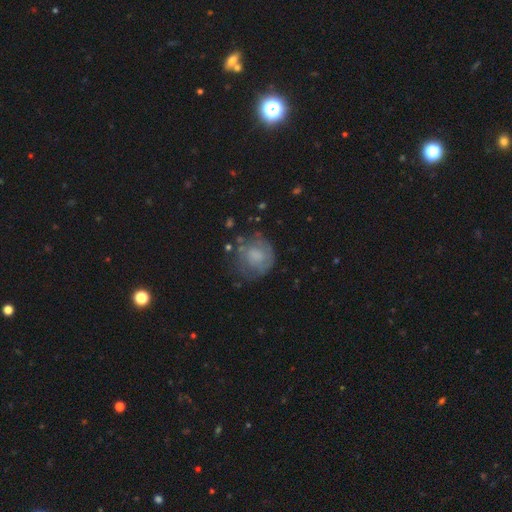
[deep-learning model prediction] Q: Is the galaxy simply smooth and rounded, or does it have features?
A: smooth — 52%.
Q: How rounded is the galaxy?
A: round — 80%.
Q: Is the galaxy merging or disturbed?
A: none — 60%.